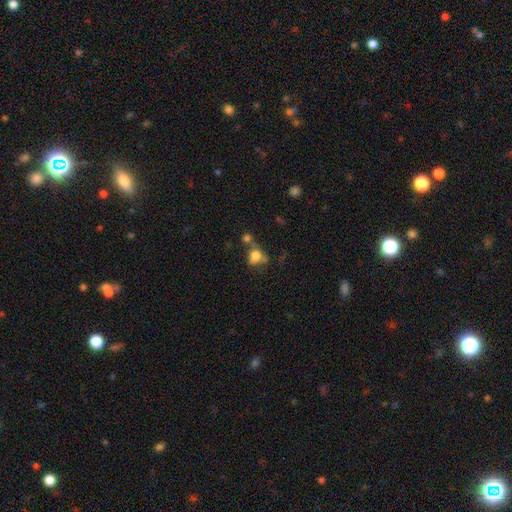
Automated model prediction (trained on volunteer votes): Q: Smooth or featured?
A: smooth (71%); runner-up: featured or disk (16%)
Q: How rounded?
A: round (59%); runner-up: in between (39%)
Q: Merging?
A: merger (38%); runner-up: none (32%)